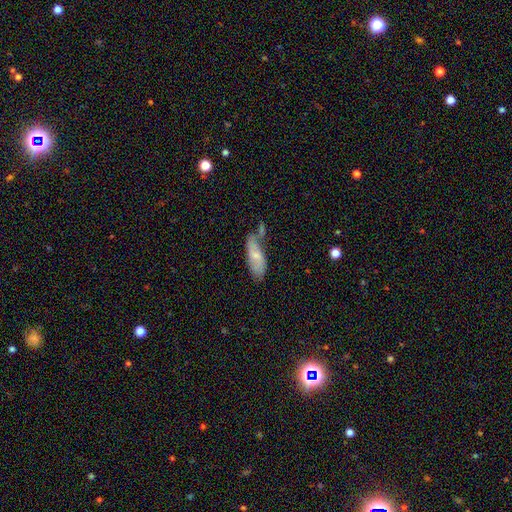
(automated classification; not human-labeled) Q: Smooth or featured?
A: smooth (60%); runner-up: featured or disk (34%)
Q: How rounded?
A: in between (71%); runner-up: cigar-shaped (27%)
Q: Merging?
A: none (43%); runner-up: minor disturbance (27%)